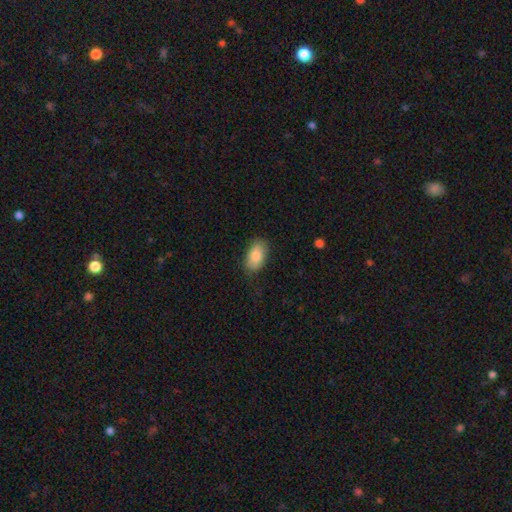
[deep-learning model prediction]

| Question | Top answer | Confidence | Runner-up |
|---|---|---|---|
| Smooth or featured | smooth | 86% | featured or disk (8%) |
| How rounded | in between | 92% | round (6%) |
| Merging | none | 78% | minor disturbance (17%) |